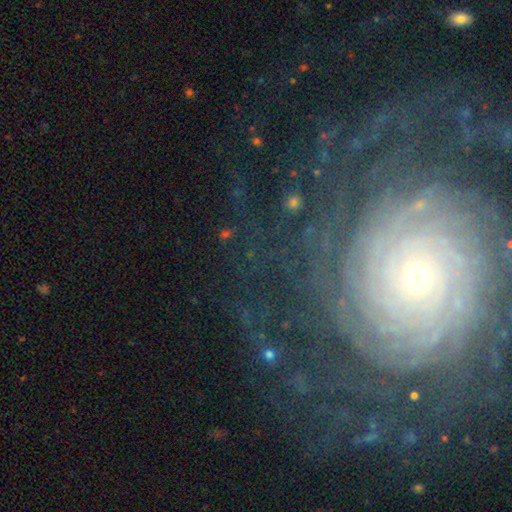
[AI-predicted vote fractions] This is clearly a featured or disk galaxy (80%). It is clearly not viewed edge-on (96%). Bar: likely no (73%). Spiral arm pattern: clearly yes (95%). Spiral arm count: marginally more than 4 (36%). Spiral winding: clearly tight (83%). Central bulge: likely small (74%). Merging: likely none (76%).